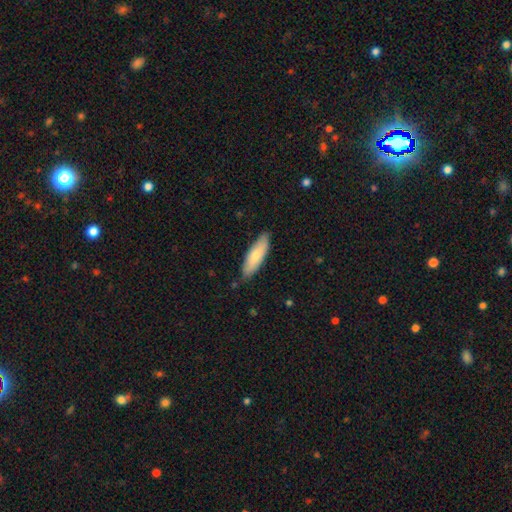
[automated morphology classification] smooth-or-featured: smooth: 74% | featured or disk: 21% | star or artifact: 5%
  how-rounded: in between: 56% | cigar-shaped: 43% | round: 2%
  merging: none: 82% | minor disturbance: 14% | major disturbance: 2% | merger: 1%